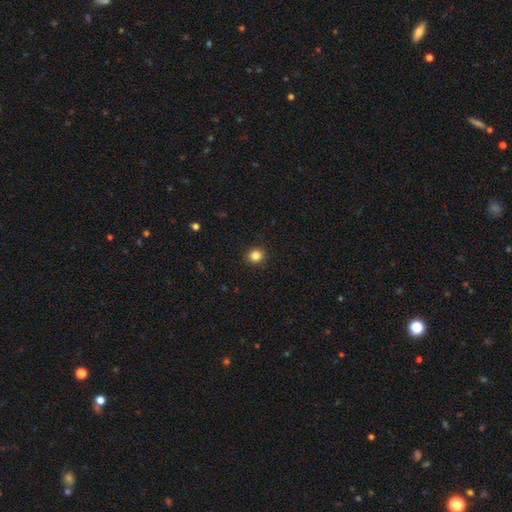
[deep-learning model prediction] Smooth or featured?
  - smooth: 84% *
  - star or artifact: 12%
  - featured or disk: 4%
How rounded?
  - round: 89% *
  - in between: 10%
  - cigar-shaped: 1%
Merging?
  - none: 92% *
  - minor disturbance: 5%
  - major disturbance: 2%
  - merger: 1%